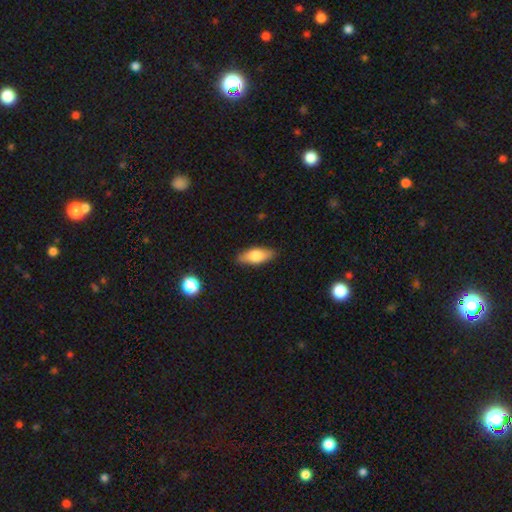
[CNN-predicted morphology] smooth 71%, featured or disk 22%, star or artifact 7%. Down the decision tree: how rounded — in between (77%); merging — none (86%).